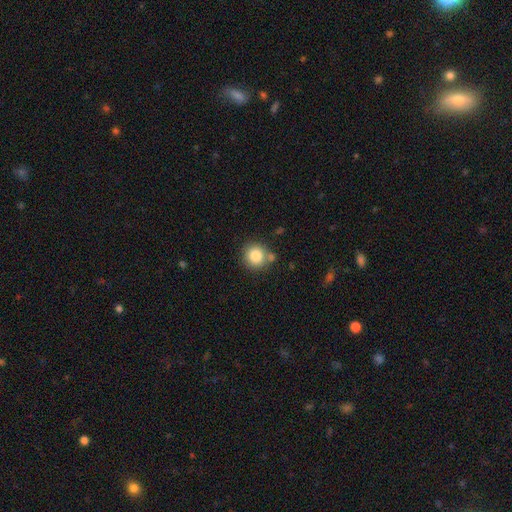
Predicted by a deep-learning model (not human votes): smooth_or_featured: smooth (p=0.83) [alt: star or artifact p=0.10]
how_rounded: round (p=0.90) [alt: in between p=0.09]
merging: none (p=0.73) [alt: merger p=0.12]